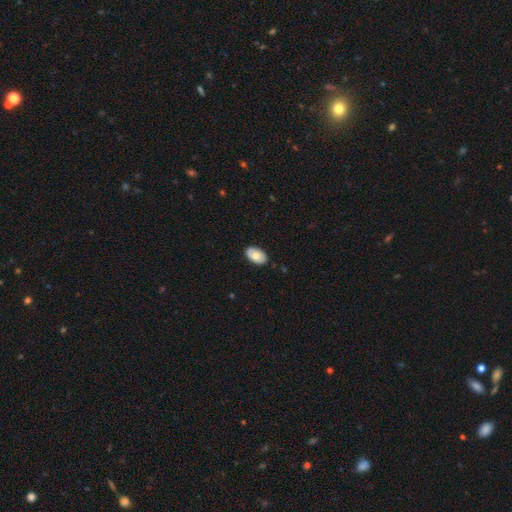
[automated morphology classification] Q: Smooth or featured?
A: smooth (69%); runner-up: featured or disk (25%)
Q: How rounded?
A: in between (93%); runner-up: round (6%)
Q: Merging?
A: none (86%); runner-up: minor disturbance (11%)